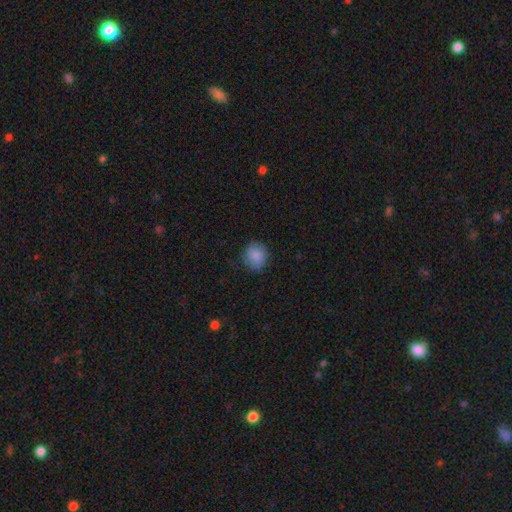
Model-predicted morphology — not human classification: smooth-or-featured: smooth: 86% | star or artifact: 7% | featured or disk: 6%
  how-rounded: round: 83% | in between: 16% | cigar-shaped: 1%
  merging: none: 81% | minor disturbance: 15% | major disturbance: 3% | merger: 1%